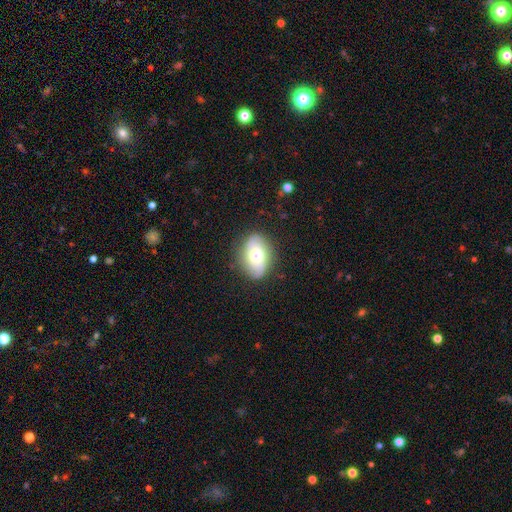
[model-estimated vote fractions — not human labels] This appears to be a smooth galaxy with no disk features (53%) that is in between round and cigar-shaped (80%). Merging: none (81%).